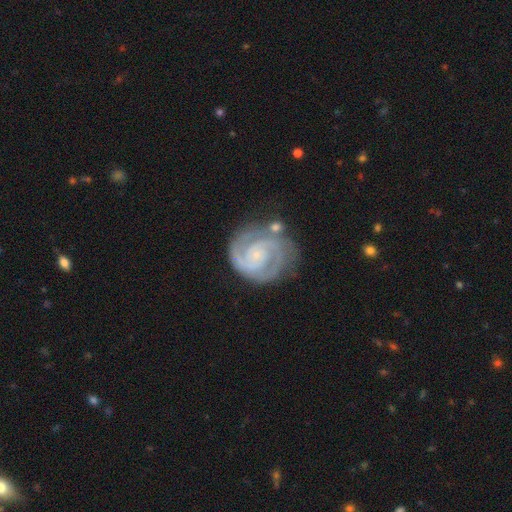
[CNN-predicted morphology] The model was most divided on "spiral winding": tight: 68%, medium: 29%, loose: 4%. More confident: edge-on disk — no (98%); spiral arms — yes (98%); smooth or featured — featured or disk (90%); bulge size — small (83%); spiral arm count — 2 (74%); merging — none (69%); bar — no (66%).